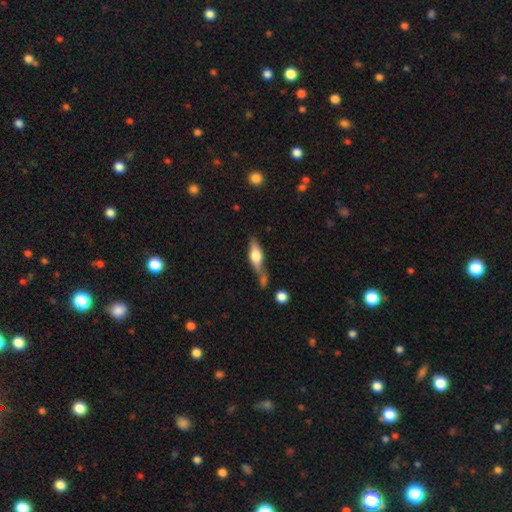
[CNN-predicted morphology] A smooth galaxy with no disk features (48%).

Vote fractions:
- Smooth or featured? smooth: 48% / featured or disk: 46% / star or artifact: 6%
- Merging? none: 50% / merger: 22% / minor disturbance: 20% / major disturbance: 8%